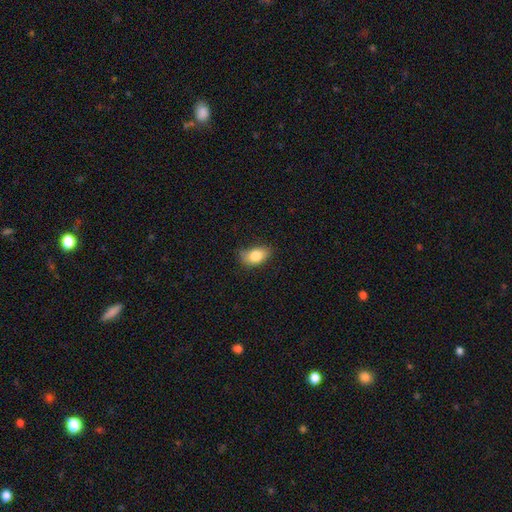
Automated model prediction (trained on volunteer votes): The model was most divided on "merging": none: 69%, minor disturbance: 24%, major disturbance: 5%, merger: 1%. More confident: how rounded — in between (87%); smooth or featured — smooth (83%).